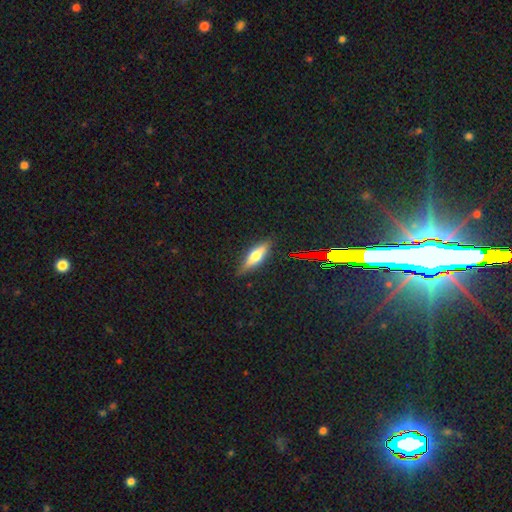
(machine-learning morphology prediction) Q: Smooth or featured?
A: smooth (55%); runner-up: featured or disk (35%)
Q: How rounded?
A: cigar-shaped (54%); runner-up: in between (43%)
Q: Merging?
A: none (83%); runner-up: minor disturbance (13%)